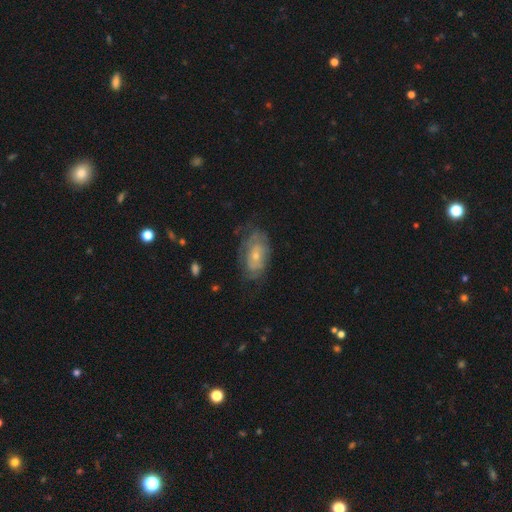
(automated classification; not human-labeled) Smooth or featured? featured or disk (60%)
Edge-on disk? no (94%)
Bar? no (77%)
Spiral arms? yes (63%)
Bulge size? small (61%)
Merging? none (56%)